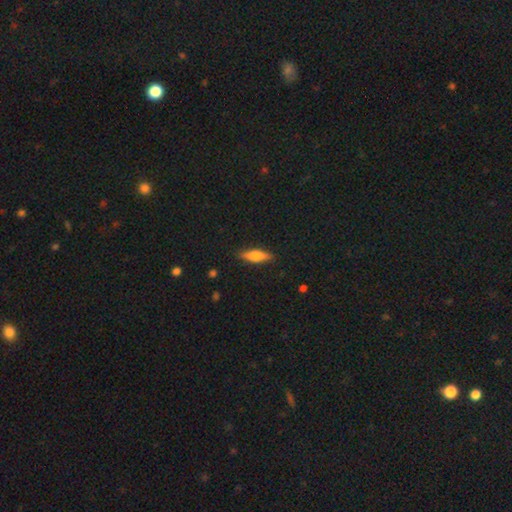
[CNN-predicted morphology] smooth 65%, featured or disk 29%, star or artifact 7%. Down the decision tree: how rounded — cigar-shaped (59%); merging — none (88%).